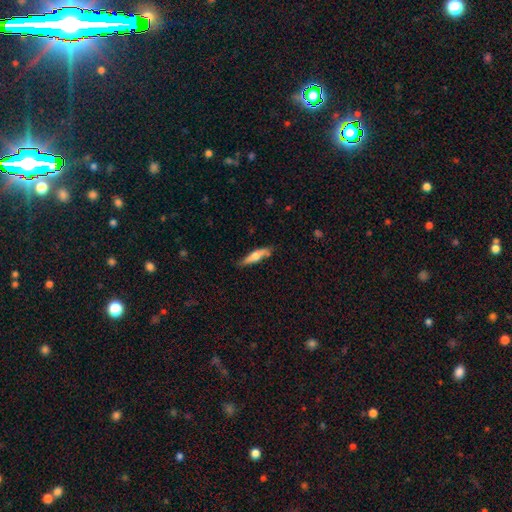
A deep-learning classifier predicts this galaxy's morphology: Smooth or featured? Predicted: smooth (p=0.58). How rounded? Predicted: cigar-shaped (p=0.72). Merging? Predicted: none (p=0.73).